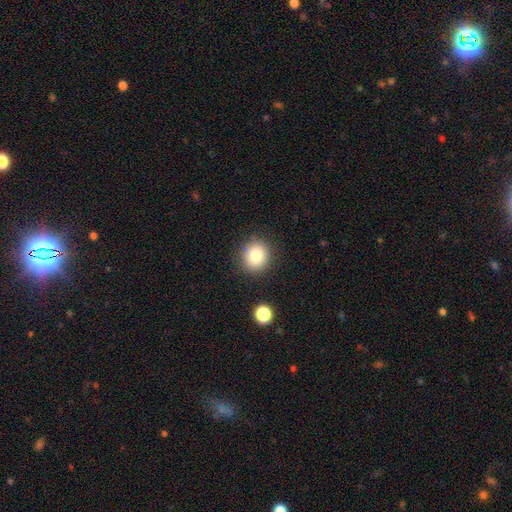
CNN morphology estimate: smooth 81%, star or artifact 11%, featured or disk 8%. Down the decision tree: how rounded — round (84%); merging — none (87%).